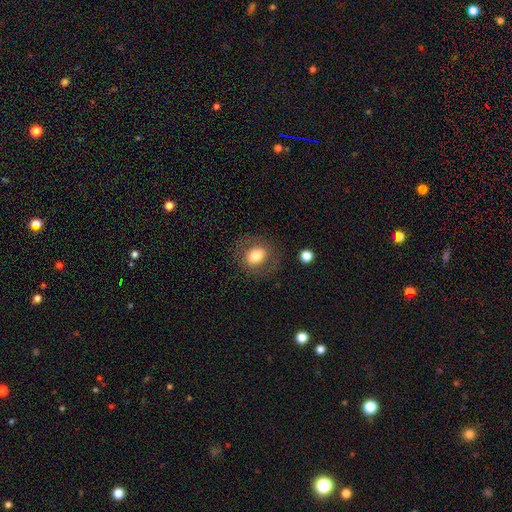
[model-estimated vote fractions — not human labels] smooth_or_featured: smooth (p=0.70) [alt: featured or disk p=0.22]
how_rounded: in between (p=0.53) [alt: round p=0.46]
merging: none (p=0.80) [alt: minor disturbance p=0.12]